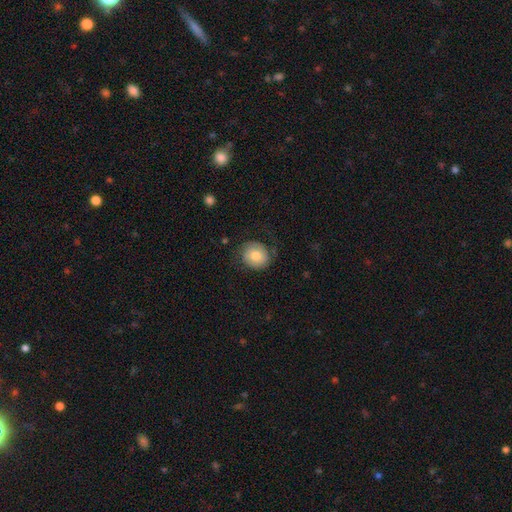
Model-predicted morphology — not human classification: Overall: smooth (66%; featured or disk 27%). How rounded: round (81%). Merging: none (71%).